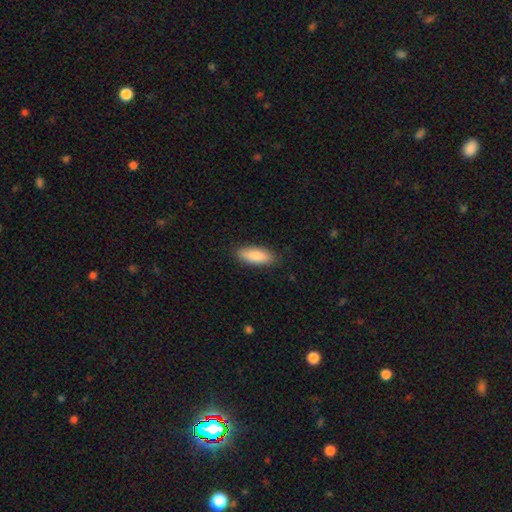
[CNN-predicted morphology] Q: Smooth or featured?
A: smooth (85%); runner-up: featured or disk (10%)
Q: How rounded?
A: in between (74%); runner-up: cigar-shaped (24%)
Q: Merging?
A: none (87%); runner-up: minor disturbance (10%)